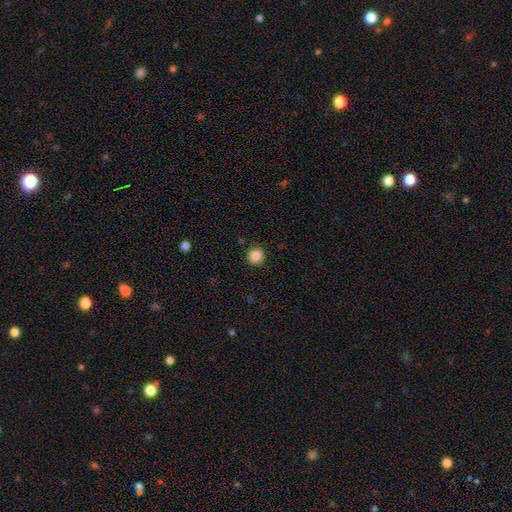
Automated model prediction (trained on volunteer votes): smooth_or_featured: smooth (p=0.87) [alt: star or artifact p=0.10]
how_rounded: round (p=0.92) [alt: in between p=0.07]
merging: none (p=0.90) [alt: minor disturbance p=0.07]